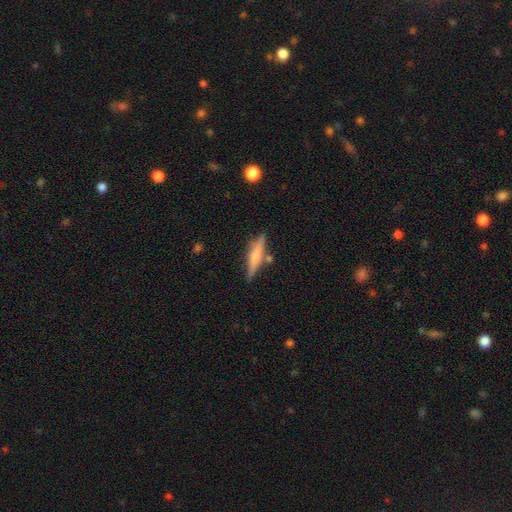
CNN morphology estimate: Q: Smooth or featured?
A: smooth (52%); runner-up: featured or disk (42%)
Q: How rounded?
A: cigar-shaped (83%); runner-up: in between (15%)
Q: Merging?
A: none (77%); runner-up: minor disturbance (13%)